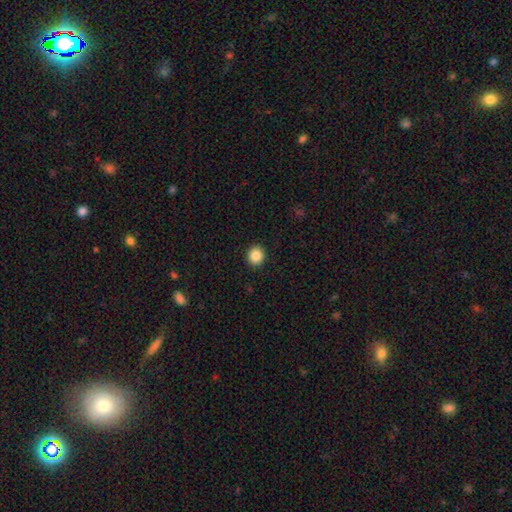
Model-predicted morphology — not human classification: Overall: smooth (87%). How rounded: round (91%). Merging: none (93%).